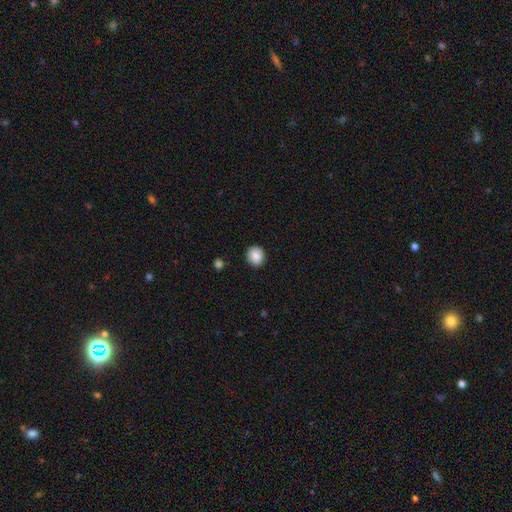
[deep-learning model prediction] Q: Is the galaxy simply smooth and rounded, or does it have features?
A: smooth — 87%.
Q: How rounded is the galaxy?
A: round — 86%.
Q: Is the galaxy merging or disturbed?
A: none — 91%.